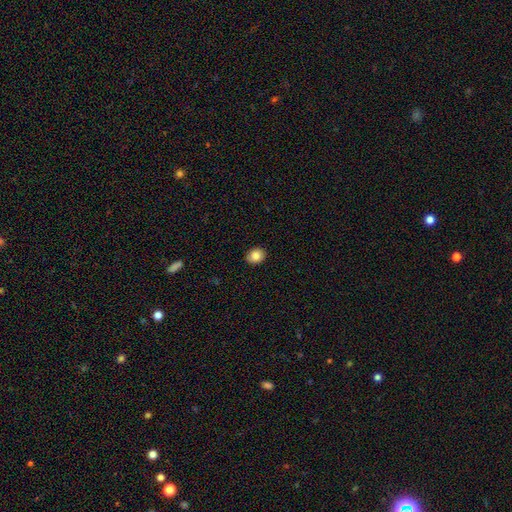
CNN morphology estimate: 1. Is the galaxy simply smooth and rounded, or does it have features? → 84% smooth, 9% star or artifact, 7% featured or disk.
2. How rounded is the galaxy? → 55% round, 44% in between, 1% cigar-shaped.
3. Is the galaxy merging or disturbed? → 90% none, 7% minor disturbance, 2% major disturbance, 1% merger.